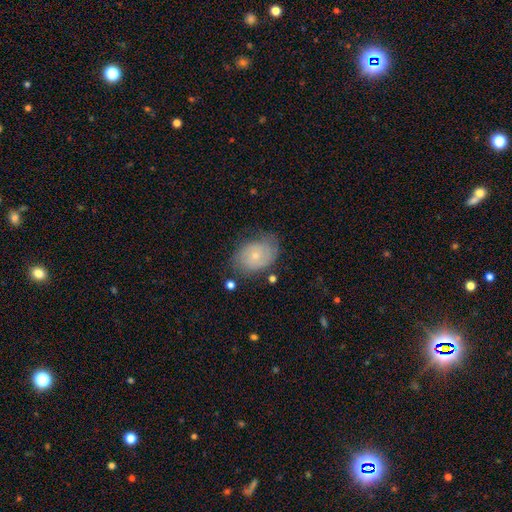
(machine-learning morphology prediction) Smooth or featured: smooth — 48% (featured or disk — 43%)
Merging: none — 61% (minor disturbance — 26%)